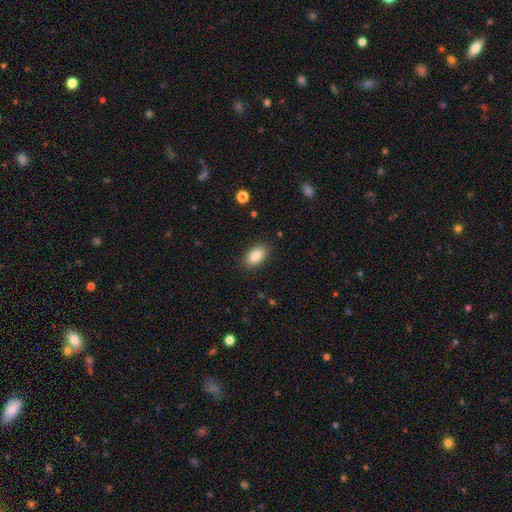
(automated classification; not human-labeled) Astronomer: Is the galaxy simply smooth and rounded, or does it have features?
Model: smooth — 85%.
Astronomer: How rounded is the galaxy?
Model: in between — 93%.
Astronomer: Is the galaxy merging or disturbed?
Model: none — 87%.